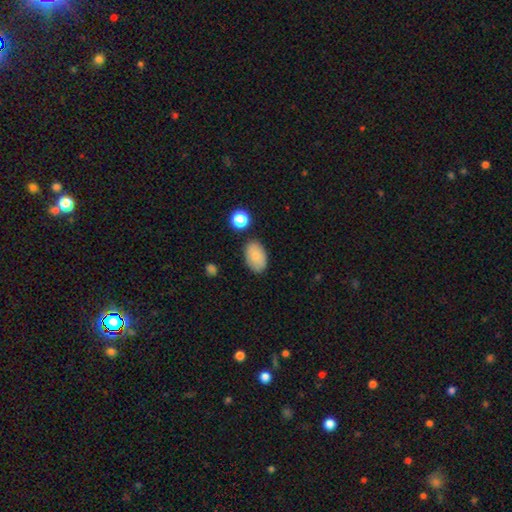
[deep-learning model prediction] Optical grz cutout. It shows a smooth galaxy with no disk features (80%) that is in between round and cigar-shaped (90%). Merging: none (81%).